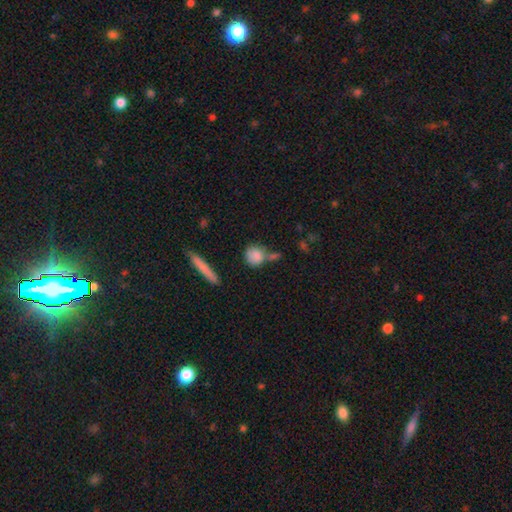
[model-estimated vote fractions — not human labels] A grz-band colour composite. It shows a smooth galaxy with no disk features (82%) that is round (76%). Merging: none (56%).